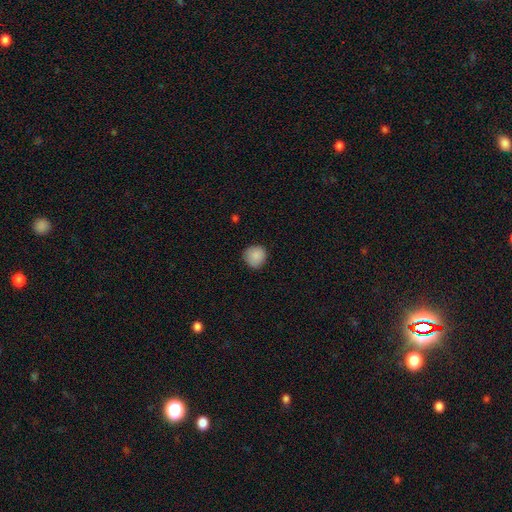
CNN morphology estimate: Smooth or featured? Predicted: smooth (p=0.88). How rounded? Predicted: round (p=0.92). Merging? Predicted: none (p=0.86).